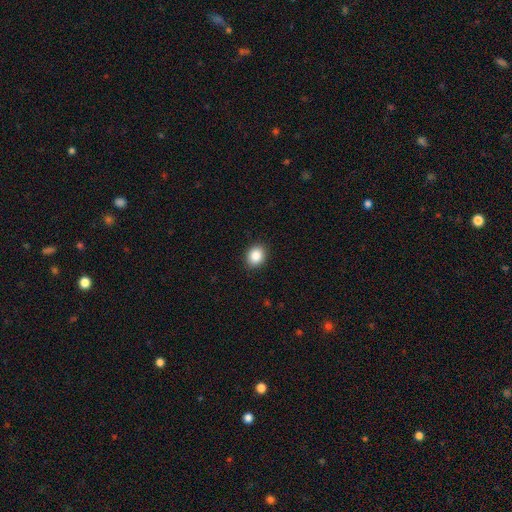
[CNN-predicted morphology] Smooth or featured? smooth (87%)
How rounded? round (53%)
Merging? none (90%)